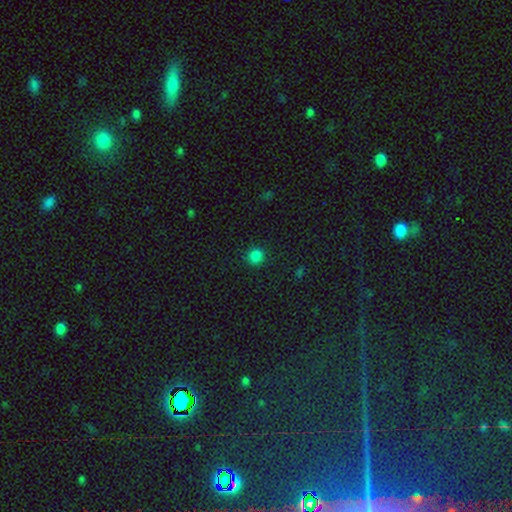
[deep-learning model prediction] The model was most divided on "smooth or featured": smooth: 83%, star or artifact: 14%, featured or disk: 3%. More confident: how rounded — round (90%); merging — none (89%).